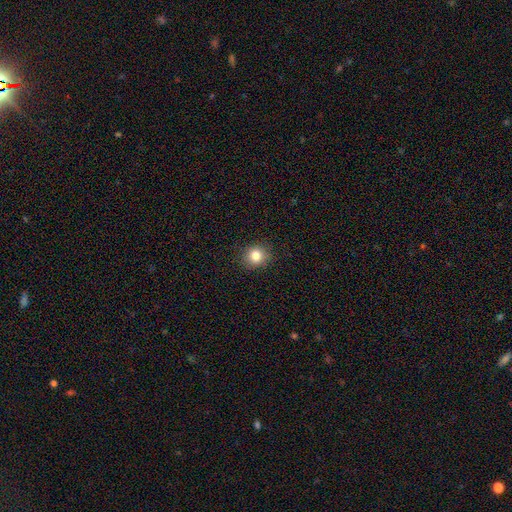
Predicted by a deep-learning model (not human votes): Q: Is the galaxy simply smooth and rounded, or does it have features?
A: smooth — 83%.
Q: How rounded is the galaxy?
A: round — 80%.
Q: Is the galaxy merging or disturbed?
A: none — 89%.